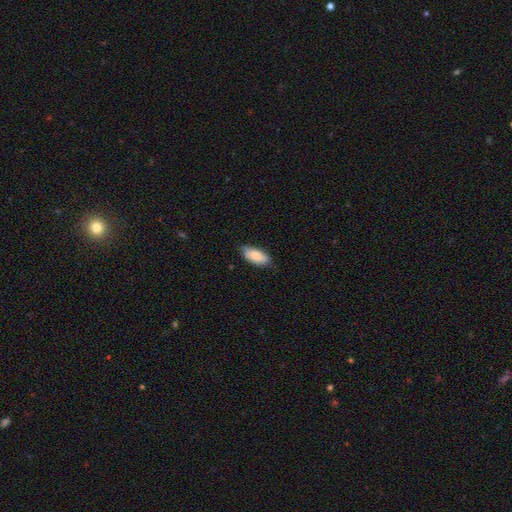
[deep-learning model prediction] A smooth galaxy with no disk features (77%) that is in between round and cigar-shaped (89%).

Vote fractions:
- Smooth or featured? smooth: 77% / featured or disk: 17% / star or artifact: 6%
- How rounded? in between: 89% / cigar-shaped: 9% / round: 2%
- Merging? none: 75% / minor disturbance: 21% / major disturbance: 3% / merger: 1%